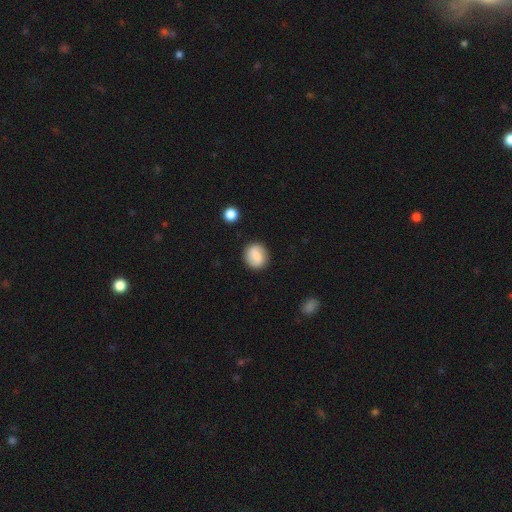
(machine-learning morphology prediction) smooth 67%, featured or disk 25%, star or artifact 7%. Down the decision tree: how rounded — round (81%); merging — none (85%).